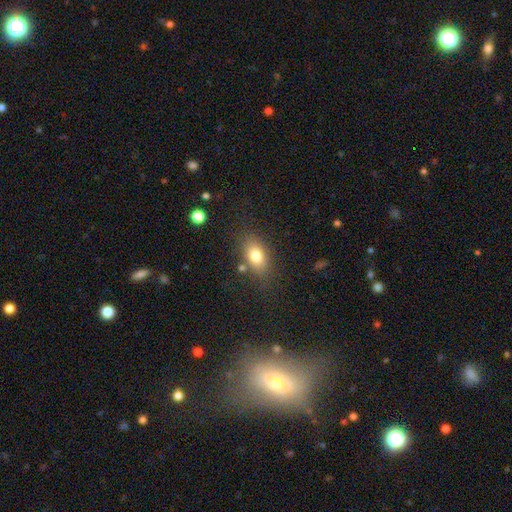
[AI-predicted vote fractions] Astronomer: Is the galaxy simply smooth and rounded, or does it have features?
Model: smooth — 78%.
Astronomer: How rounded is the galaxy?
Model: in between — 82%.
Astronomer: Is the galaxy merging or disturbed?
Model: none — 77%.